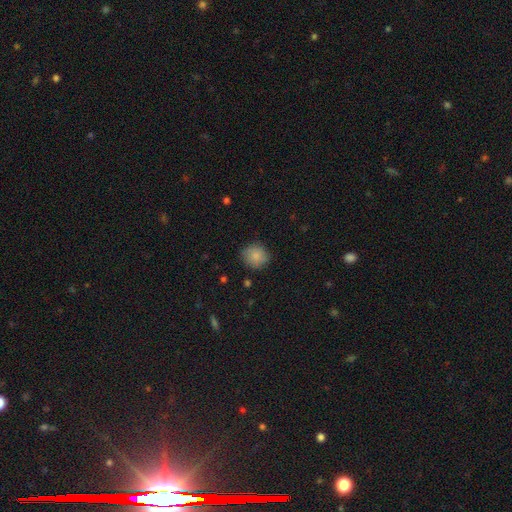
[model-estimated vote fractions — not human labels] Smooth or featured? Predicted: smooth (p=0.85). How rounded? Predicted: round (p=0.84). Merging? Predicted: none (p=0.83).